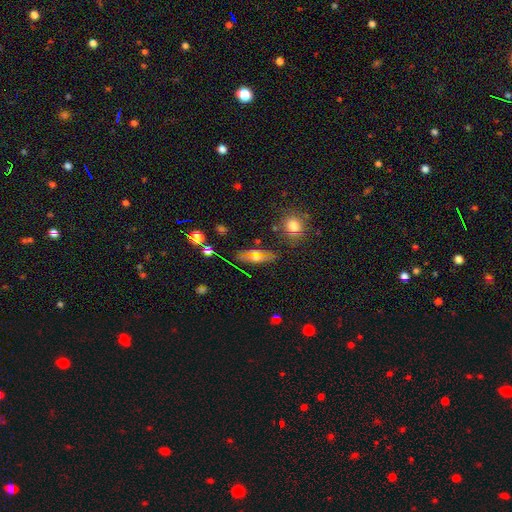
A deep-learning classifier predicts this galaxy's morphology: Q: Smooth or featured?
A: smooth (47%); runner-up: featured or disk (32%)
Q: Merging?
A: none (82%); runner-up: minor disturbance (11%)